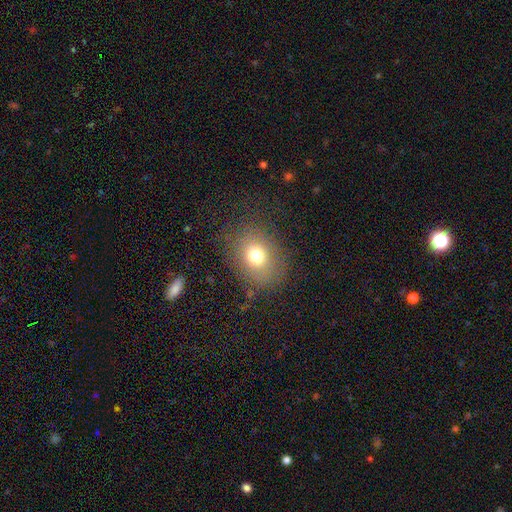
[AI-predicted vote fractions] Q: Smooth or featured?
A: smooth (73%); runner-up: star or artifact (14%)
Q: How rounded?
A: in between (53%); runner-up: round (46%)
Q: Merging?
A: none (78%); runner-up: minor disturbance (13%)